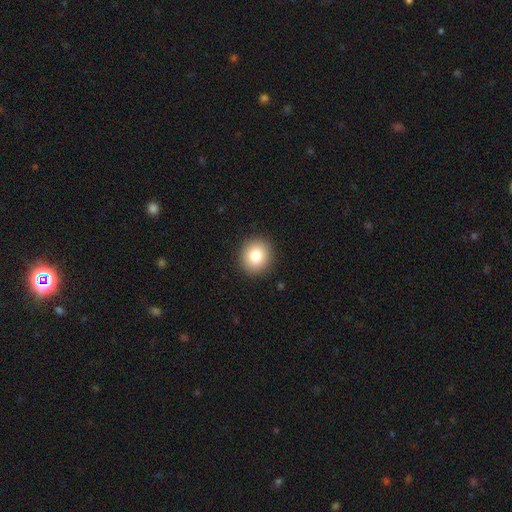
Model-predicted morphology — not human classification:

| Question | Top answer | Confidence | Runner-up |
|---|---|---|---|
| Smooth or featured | smooth | 83% | star or artifact (9%) |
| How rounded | round | 84% | in between (15%) |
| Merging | none | 91% | minor disturbance (6%) |